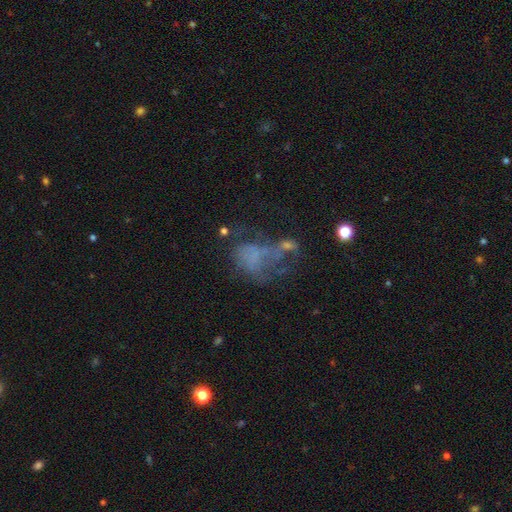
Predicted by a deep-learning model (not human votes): Smooth or featured? featured or disk (48%)
Merging? major disturbance (44%)